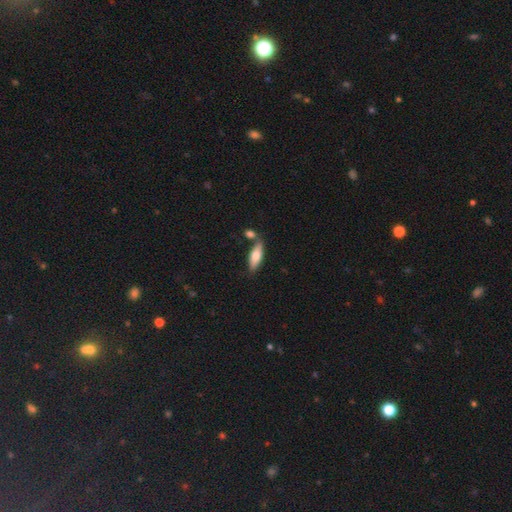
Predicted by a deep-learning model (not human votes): Overall: smooth (69%). How rounded: in between (64%; cigar-shaped 34%). Merging: none (65%).